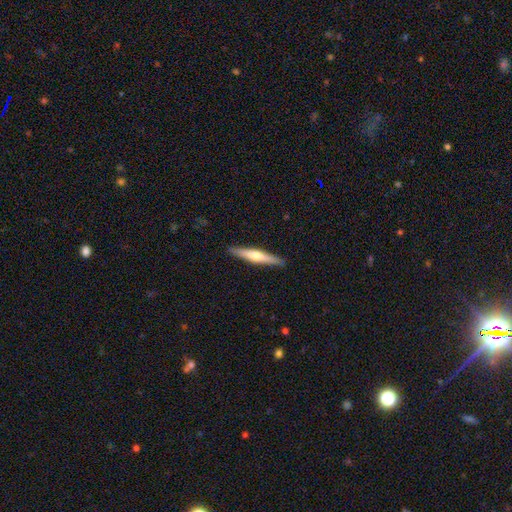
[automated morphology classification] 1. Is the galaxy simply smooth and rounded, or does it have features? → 52% featured or disk, 42% smooth, 5% star or artifact.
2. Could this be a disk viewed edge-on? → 96% yes, 4% no.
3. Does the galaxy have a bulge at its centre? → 76% rounded, 15% none, 9% boxy.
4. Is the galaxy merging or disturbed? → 91% none, 7% minor disturbance, 1% major disturbance, 1% merger.